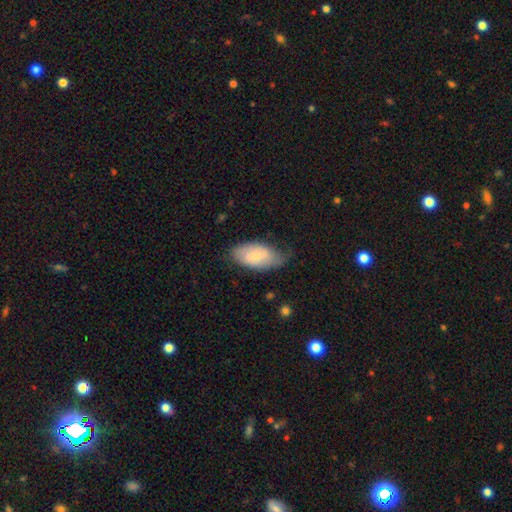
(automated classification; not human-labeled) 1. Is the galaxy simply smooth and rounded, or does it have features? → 62% smooth, 32% featured or disk, 6% star or artifact.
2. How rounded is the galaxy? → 94% in between, 3% round, 3% cigar-shaped.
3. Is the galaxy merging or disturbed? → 59% none, 31% minor disturbance, 8% major disturbance, 1% merger.